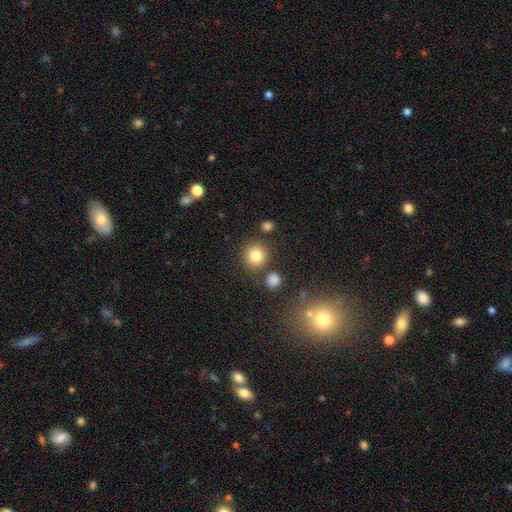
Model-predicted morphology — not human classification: Overall: smooth (81%). How rounded: round (89%). Merging: none (80%).